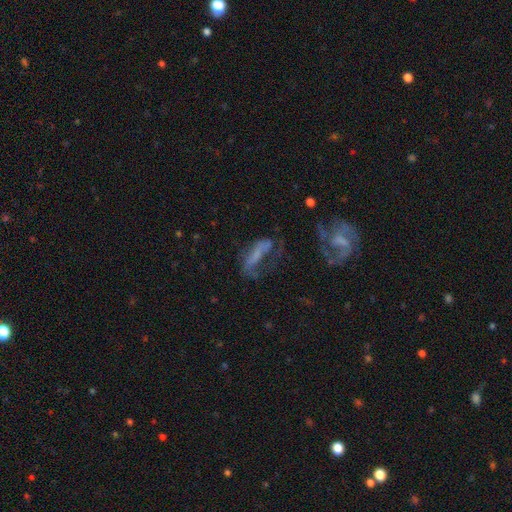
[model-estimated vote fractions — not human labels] A featured or disk galaxy (49%). Merging: major disturbance (41%).